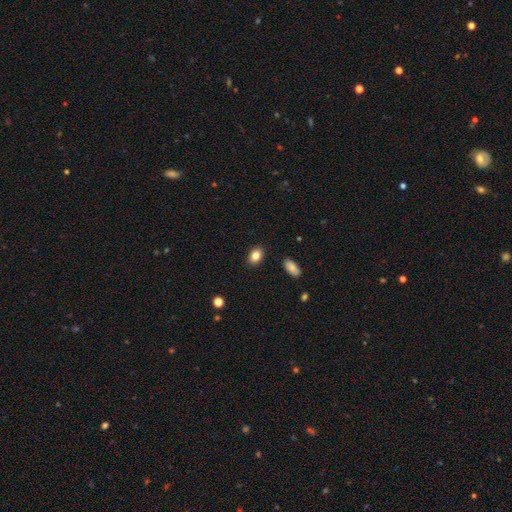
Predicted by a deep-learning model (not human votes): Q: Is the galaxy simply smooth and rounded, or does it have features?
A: smooth — 84%.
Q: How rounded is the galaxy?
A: in between — 77%.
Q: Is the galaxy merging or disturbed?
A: none — 88%.